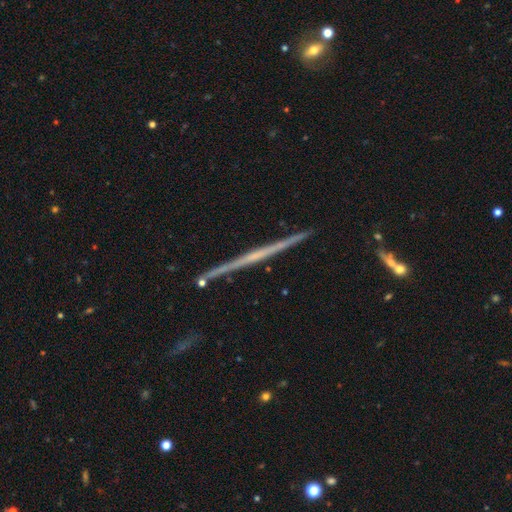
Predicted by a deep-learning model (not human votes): Overall: featured or disk (74%). Edge-on disk: yes (98%). Edge-on bulge: none (78%). Merging: none (89%).